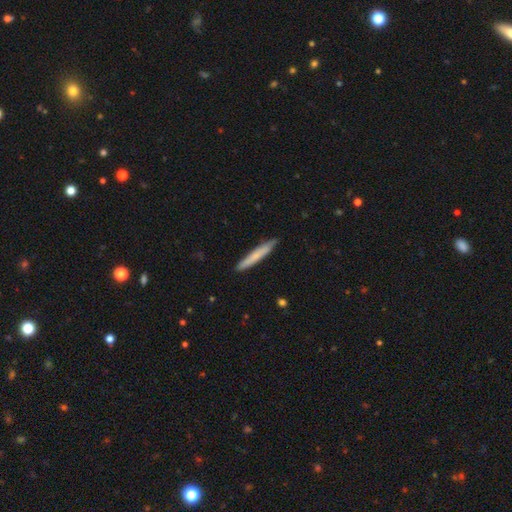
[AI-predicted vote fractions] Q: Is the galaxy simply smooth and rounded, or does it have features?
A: smooth — 70%.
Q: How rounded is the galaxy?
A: cigar-shaped — 95%.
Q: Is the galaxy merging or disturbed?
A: none — 89%.